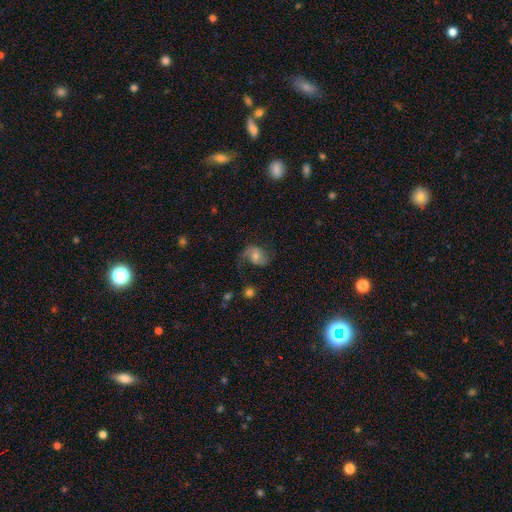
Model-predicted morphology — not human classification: smooth-or-featured: featured or disk: 66% | smooth: 25% | star or artifact: 9%
  disk-edge-on: no: 97% | yes: 3%
    bar: no: 58% | weak: 33% | strong: 9%
    has-spiral-arms: yes: 90% | no: 10%
      spiral-winding: loose: 54% | medium: 35% | tight: 10%
      spiral-arm-count: 2: 84% | 1: 8% | can't tell: 5% | 3: 1% | 4: 1% | more than 4: 1%
    bulge-size: moderate: 58% | small: 31% | large: 6% | none: 3% | dominant: 1%
  merging: none: 60% | minor disturbance: 22% | major disturbance: 15% | merger: 2%